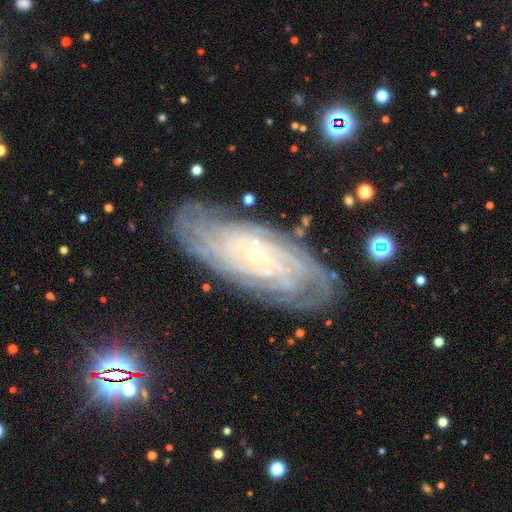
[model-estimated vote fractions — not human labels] featured or disk 86%, smooth 7%, star or artifact 7%. Down the decision tree: edge-on disk — no (93%); bar — no (74%); spiral arms — yes (97%); spiral arm count — can't tell (30%); spiral winding — tight (83%); bulge size — small (87%); merging — none (81%).